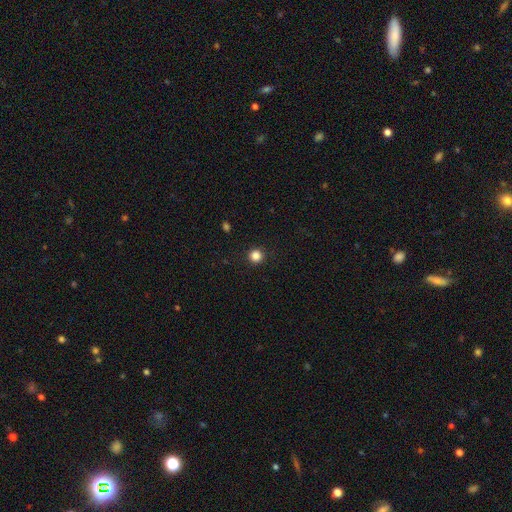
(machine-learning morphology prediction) Smooth or featured? smooth (85%)
How rounded? round (95%)
Merging? none (93%)